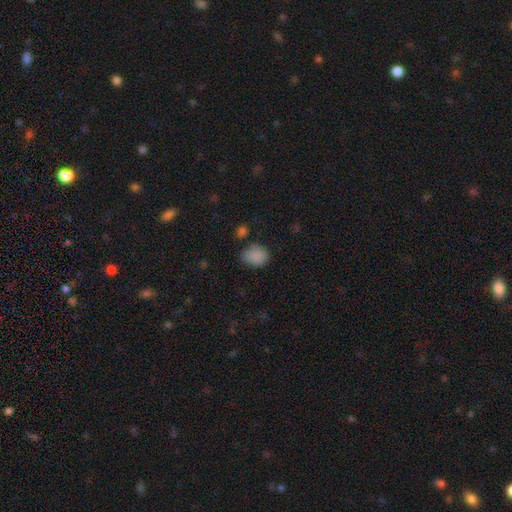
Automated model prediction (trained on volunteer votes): This is clearly a smooth galaxy (86%). How rounded: possibly in between (56%). Merging: likely none (65%).